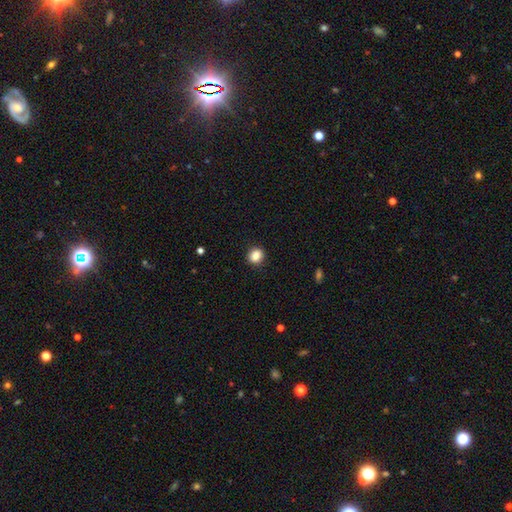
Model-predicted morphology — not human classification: This is clearly a smooth galaxy (87%). How rounded: likely round (70%). Merging: clearly none (89%).